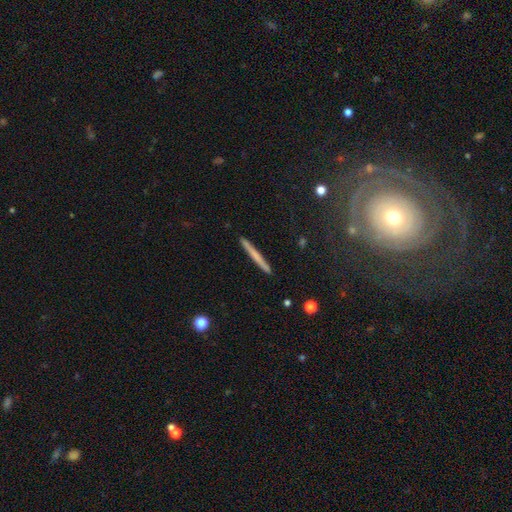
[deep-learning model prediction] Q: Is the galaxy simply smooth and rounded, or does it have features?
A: smooth — 55%.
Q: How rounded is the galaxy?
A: cigar-shaped — 97%.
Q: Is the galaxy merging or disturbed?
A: none — 91%.